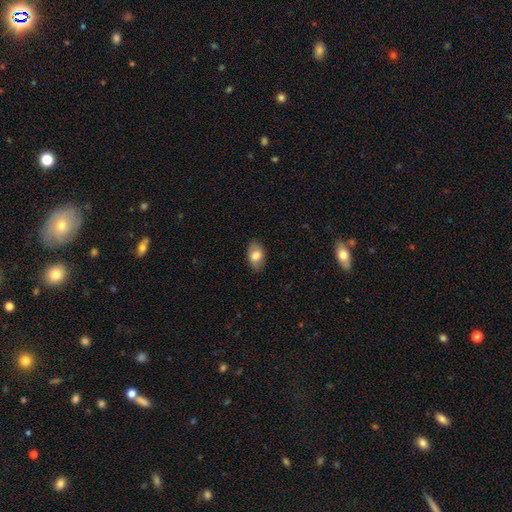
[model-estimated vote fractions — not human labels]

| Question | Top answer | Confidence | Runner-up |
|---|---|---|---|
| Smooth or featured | smooth | 77% | featured or disk (16%) |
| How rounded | in between | 88% | round (10%) |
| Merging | none | 83% | minor disturbance (13%) |